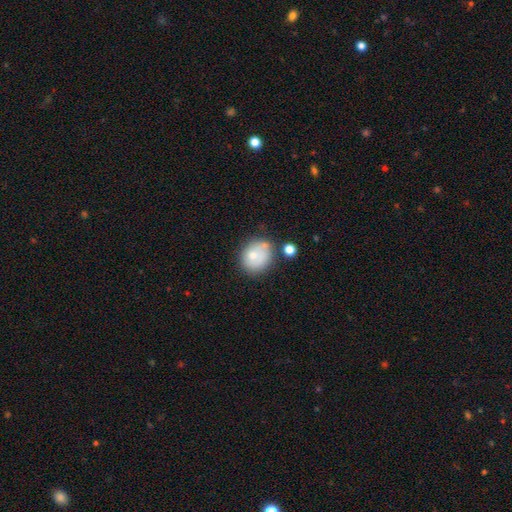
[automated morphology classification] This is likely a smooth galaxy (72%). How rounded: possibly round (60%). Merging: possibly none (56%).